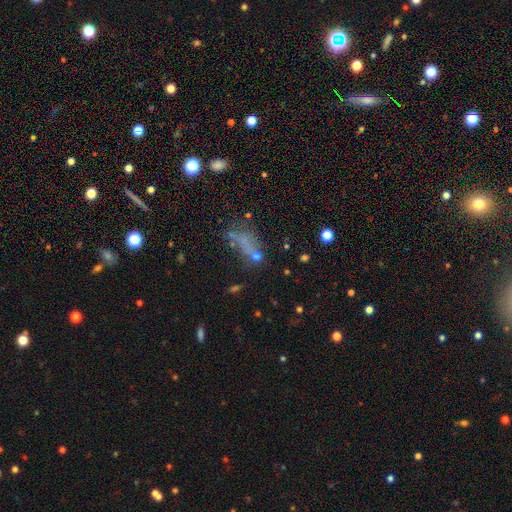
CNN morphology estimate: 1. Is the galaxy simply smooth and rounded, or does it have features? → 44% smooth, 29% star or artifact, 27% featured or disk.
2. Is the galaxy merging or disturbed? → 39% none, 26% major disturbance, 19% minor disturbance, 17% merger.